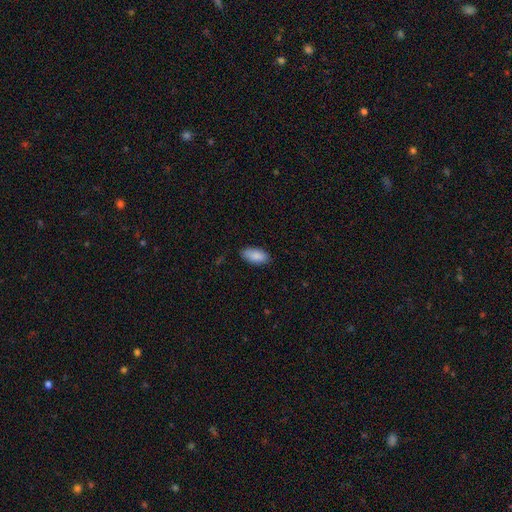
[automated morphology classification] This is clearly a smooth galaxy (89%). How rounded: clearly in between (91%). Merging: clearly none (86%).